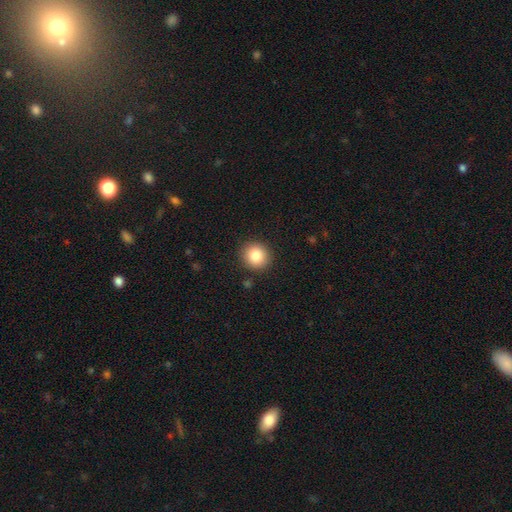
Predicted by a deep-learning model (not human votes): A smooth galaxy with no disk features (85%) that is round (90%). Merging: none (90%).